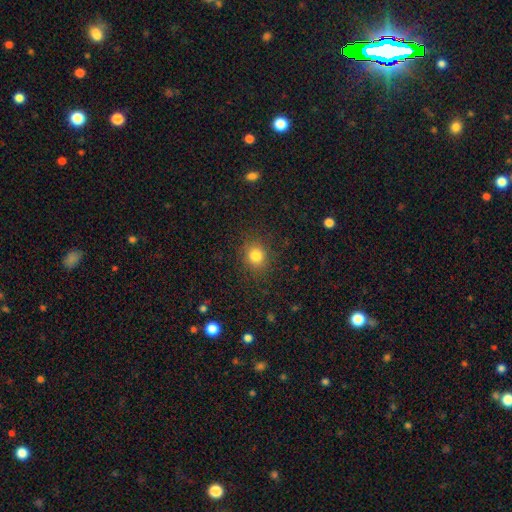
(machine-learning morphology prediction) type=smooth (81%); roundness=round (79%); merging=none (87%).